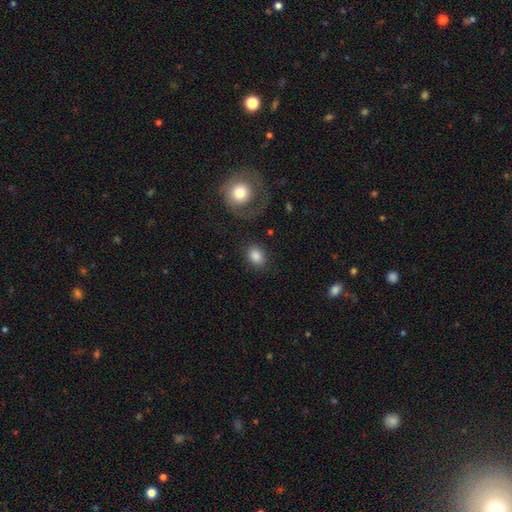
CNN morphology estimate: Q: Smooth or featured?
A: smooth (85%); runner-up: star or artifact (8%)
Q: How rounded?
A: in between (59%); runner-up: round (40%)
Q: Merging?
A: none (82%); runner-up: minor disturbance (10%)